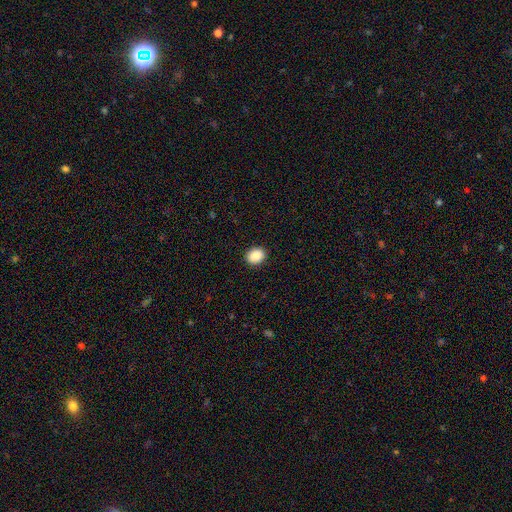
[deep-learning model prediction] Smooth or featured? smooth (89%)
How rounded? in between (51%)
Merging? none (91%)